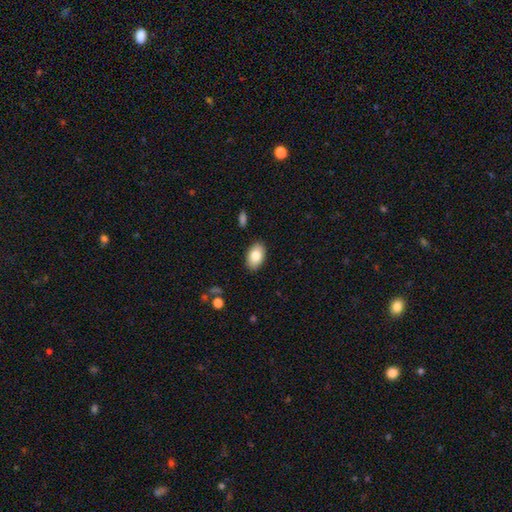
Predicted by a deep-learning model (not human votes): Smooth or featured: smooth — 83% (featured or disk — 10%)
How rounded: in between — 91% (round — 8%)
Merging: none — 88% (minor disturbance — 9%)